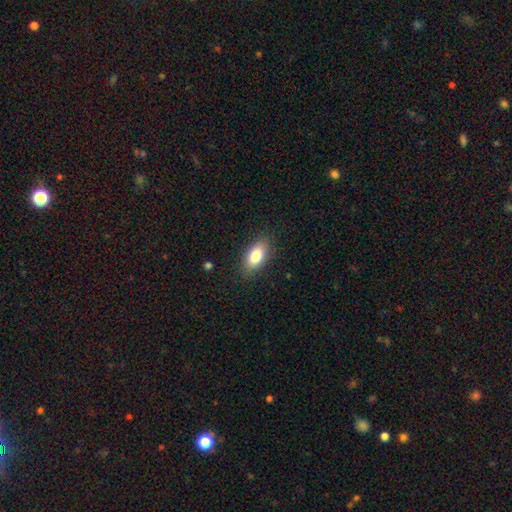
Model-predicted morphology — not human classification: Q: Smooth or featured?
A: smooth (81%); runner-up: featured or disk (12%)
Q: How rounded?
A: in between (89%); runner-up: cigar-shaped (7%)
Q: Merging?
A: none (86%); runner-up: minor disturbance (10%)